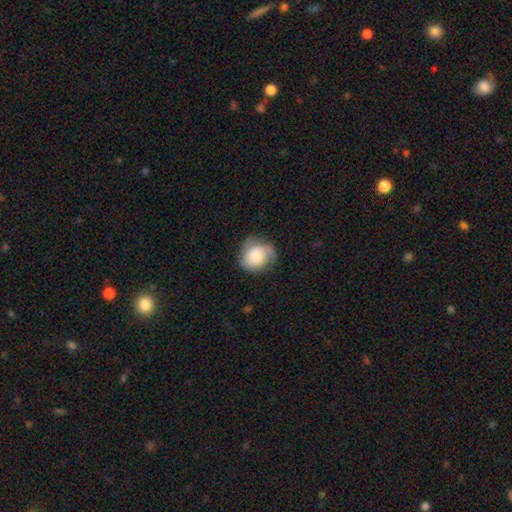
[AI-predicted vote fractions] A smooth galaxy with no disk features (54%) that is round (70%). Merging: none (53%).